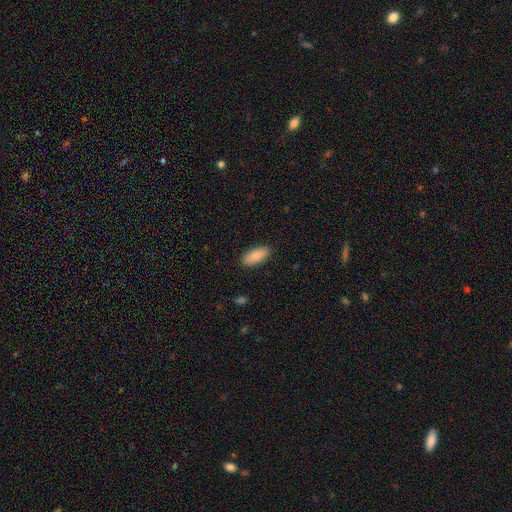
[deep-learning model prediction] Q: Smooth or featured?
A: smooth (85%); runner-up: featured or disk (9%)
Q: How rounded?
A: in between (87%); runner-up: cigar-shaped (11%)
Q: Merging?
A: none (89%); runner-up: minor disturbance (8%)